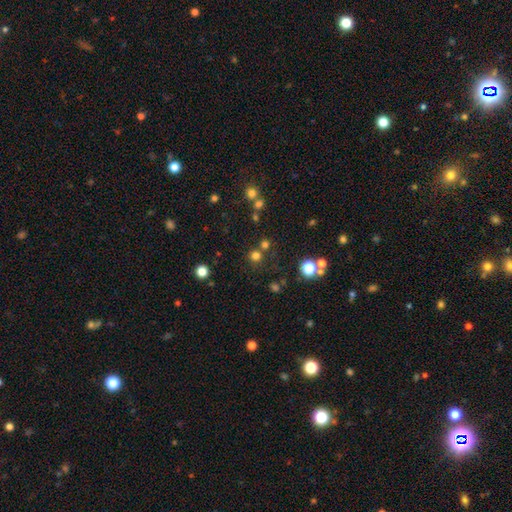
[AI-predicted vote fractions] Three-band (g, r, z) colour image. It shows a smooth galaxy with no disk features (70%) that is round (93%). Merging: none (75%).